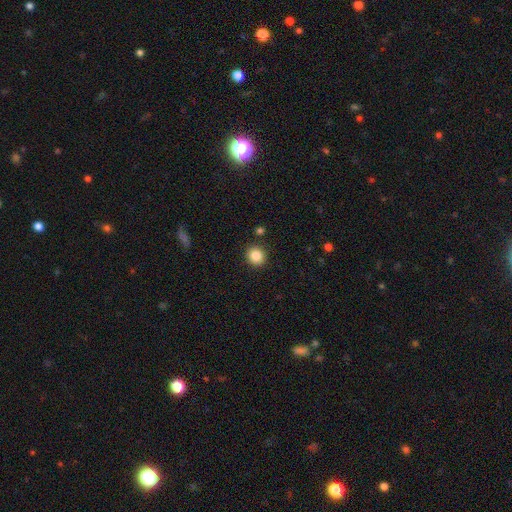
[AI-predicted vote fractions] This is clearly a smooth galaxy (86%). How rounded: clearly round (85%). Merging: clearly none (89%).